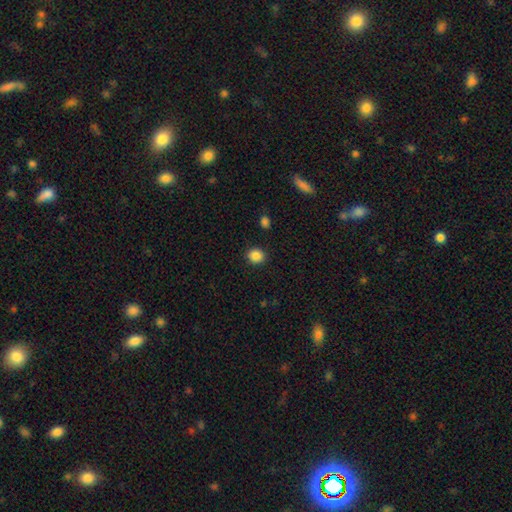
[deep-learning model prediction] Morphology: type=smooth (87%); roundness=round (78%); merging=none (90%).